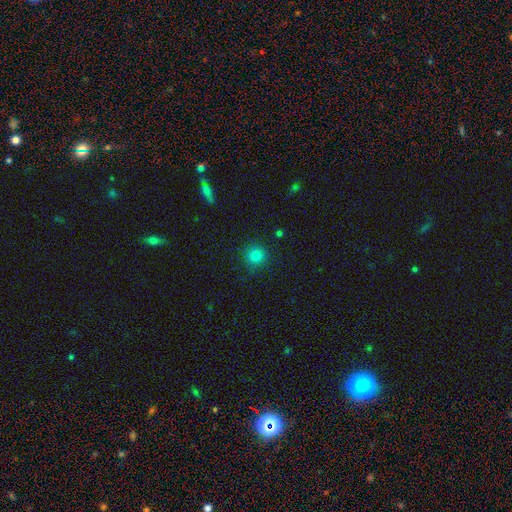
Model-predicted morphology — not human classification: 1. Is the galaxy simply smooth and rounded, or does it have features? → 81% smooth, 14% star or artifact, 5% featured or disk.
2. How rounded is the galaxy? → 94% round, 5% in between, 1% cigar-shaped.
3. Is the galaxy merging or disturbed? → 89% none, 7% minor disturbance, 2% major disturbance, 1% merger.